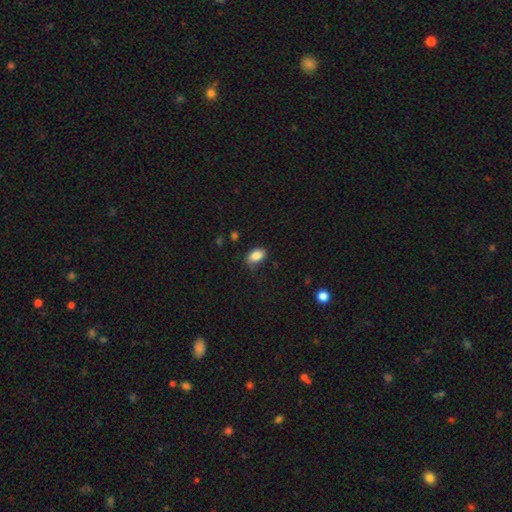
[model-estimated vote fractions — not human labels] Smooth or featured? Predicted: smooth (p=0.87). How rounded? Predicted: in between (p=0.91). Merging? Predicted: none (p=0.75).